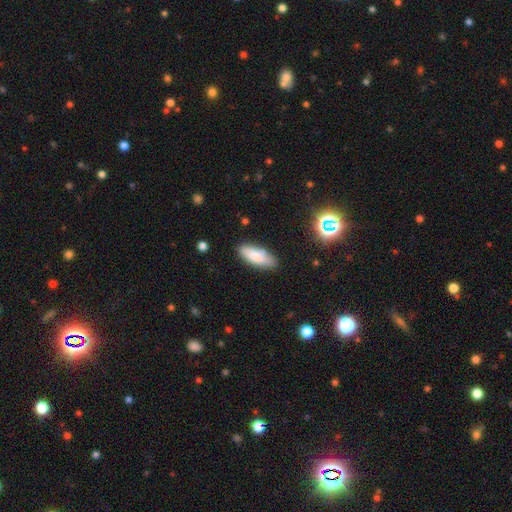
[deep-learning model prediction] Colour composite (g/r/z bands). It shows a smooth galaxy with no disk features (76%) that is in between round and cigar-shaped (72%). Merging: none (76%).